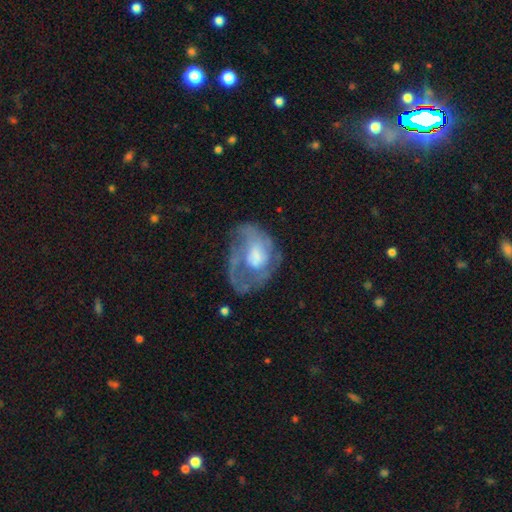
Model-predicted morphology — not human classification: Q: Smooth or featured?
A: featured or disk (66%); runner-up: smooth (26%)
Q: Edge-on disk?
A: no (97%); runner-up: yes (3%)
Q: Bar?
A: no (73%); runner-up: weak (22%)
Q: Spiral arms?
A: yes (58%); runner-up: no (42%)
Q: Bulge size?
A: moderate (37%); runner-up: large (28%)
Q: Merging?
A: none (40%); runner-up: major disturbance (34%)